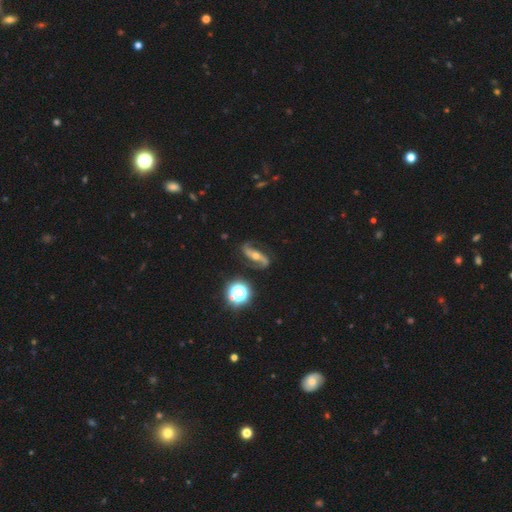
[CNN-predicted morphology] This is clearly a featured or disk galaxy (84%). It is clearly not viewed edge-on (92%). Bar: marginally no (38%, tied with strong). Spiral arm pattern: clearly yes (96%). Spiral arm count: clearly 2 (93%). Spiral winding: likely loose (61%). Central bulge: possibly moderate (59%). Merging: clearly none (80%).